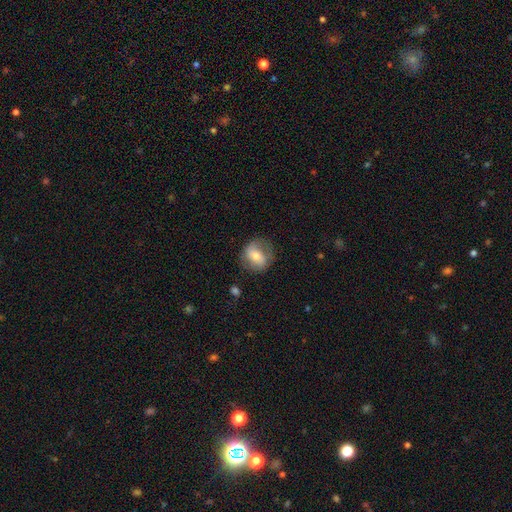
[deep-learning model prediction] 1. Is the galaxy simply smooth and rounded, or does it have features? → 56% smooth, 36% featured or disk, 8% star or artifact.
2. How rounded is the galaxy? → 54% round, 44% in between, 2% cigar-shaped.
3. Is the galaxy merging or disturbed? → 69% none, 20% minor disturbance, 10% major disturbance, 2% merger.